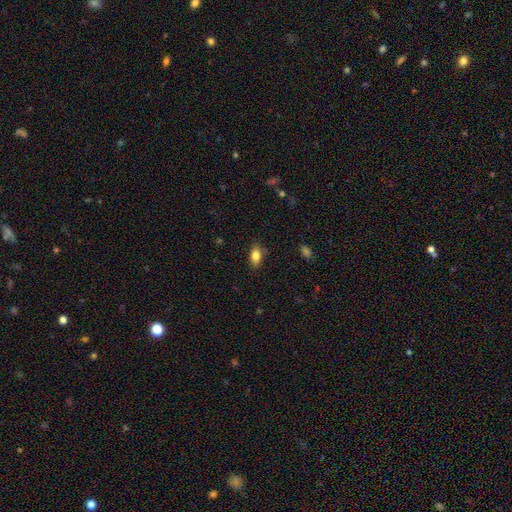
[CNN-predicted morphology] A smooth galaxy with no disk features (82%) that is in between round and cigar-shaped (88%). Merging: none (84%).